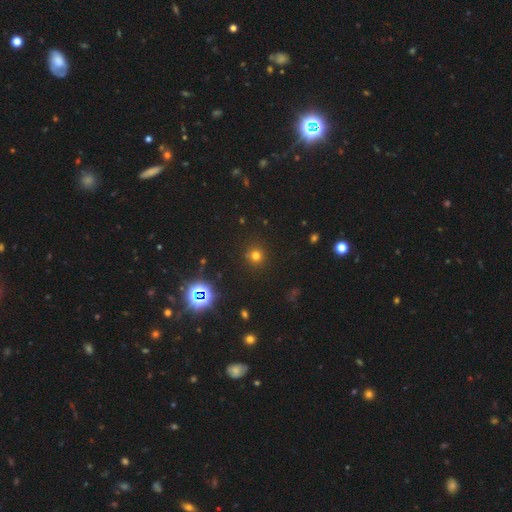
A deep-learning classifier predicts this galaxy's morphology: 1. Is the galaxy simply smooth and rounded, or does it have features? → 69% smooth, 25% star or artifact, 7% featured or disk.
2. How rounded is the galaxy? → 93% round, 6% in between, 1% cigar-shaped.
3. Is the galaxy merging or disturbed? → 88% none, 7% minor disturbance, 3% merger, 3% major disturbance.